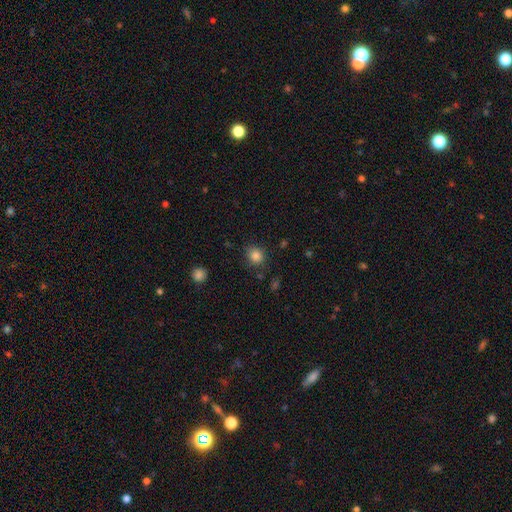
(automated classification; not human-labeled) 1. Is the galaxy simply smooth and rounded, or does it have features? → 84% smooth, 11% star or artifact, 4% featured or disk.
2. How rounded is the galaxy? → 76% round, 23% in between, 1% cigar-shaped.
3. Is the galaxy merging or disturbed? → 81% none, 13% minor disturbance, 4% major disturbance, 2% merger.